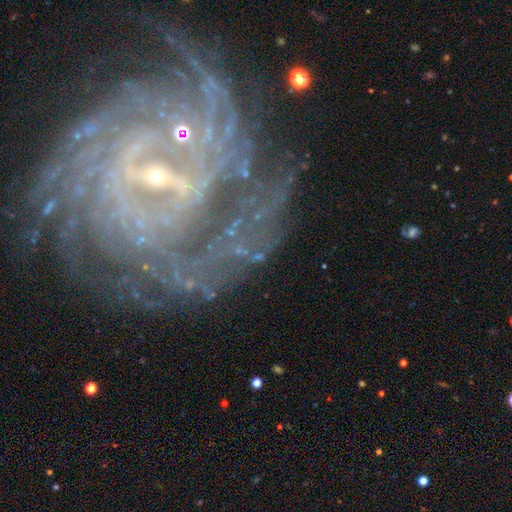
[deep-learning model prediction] smooth_or_featured: featured or disk (p=0.84) [alt: star or artifact p=0.10]
disk_edge_on: no (p=0.96) [alt: yes p=0.04]
bar: strong (p=0.48) [alt: weak p=0.33]
has_spiral_arms: yes (p=0.93) [alt: no p=0.07]
spiral_winding: tight (p=0.69) [alt: medium p=0.24]
spiral_arm_count: can't tell (p=0.31) [alt: 2 p=0.16]
bulge_size: small (p=0.84) [alt: moderate p=0.10]
merging: none (p=0.65) [alt: minor disturbance p=0.16]